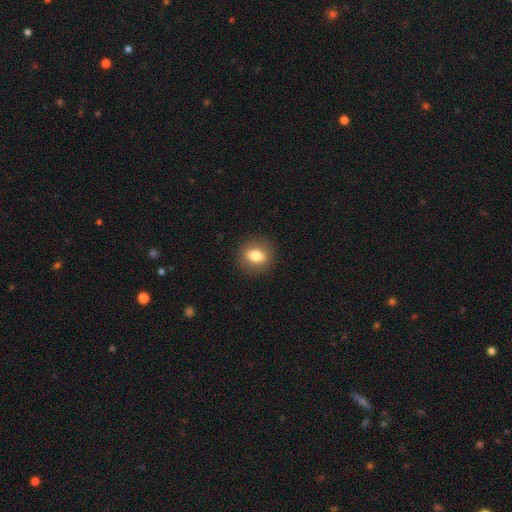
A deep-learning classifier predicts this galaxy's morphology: Smooth or featured: smooth — 76% (featured or disk — 15%)
How rounded: round — 57% (in between — 41%)
Merging: none — 89% (minor disturbance — 8%)